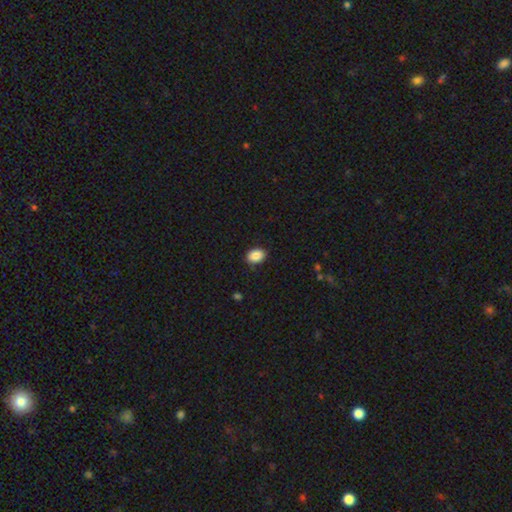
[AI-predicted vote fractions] Q: Smooth or featured?
A: smooth (89%); runner-up: star or artifact (8%)
Q: How rounded?
A: in between (76%); runner-up: round (23%)
Q: Merging?
A: none (86%); runner-up: minor disturbance (11%)